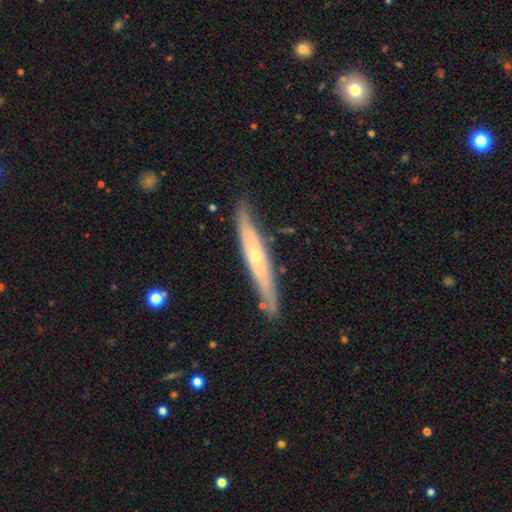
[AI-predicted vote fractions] Smooth or featured?
  - featured or disk: 66% *
  - smooth: 28%
  - star or artifact: 6%
Edge-on disk?
  - yes: 81% *
  - no: 19%
Edge-on bulge?
  - rounded: 65% *
  - none: 32%
  - boxy: 3%
Merging?
  - none: 82% *
  - minor disturbance: 14%
  - major disturbance: 2%
  - merger: 2%